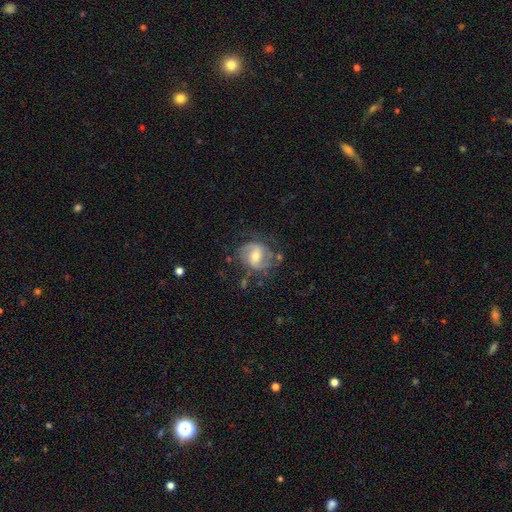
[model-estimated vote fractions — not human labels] The model was most divided on "spiral winding": medium: 46%, tight: 32%, loose: 22%. Remaining: edge-on disk — no (97%); spiral arms — yes (89%); smooth or featured — featured or disk (75%); spiral arm count — 2 (73%); merging — none (62%); bulge size — moderate (59%); bar — weak (50%).